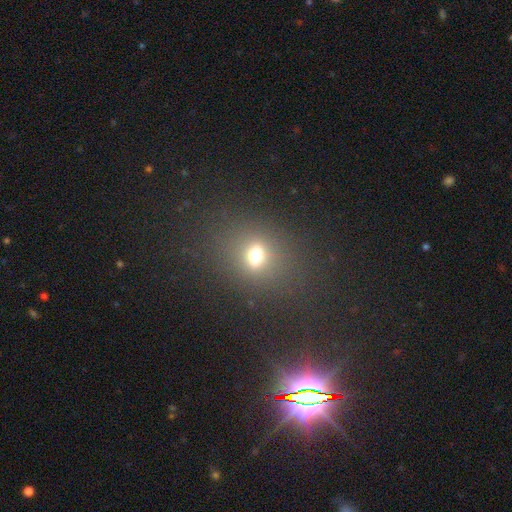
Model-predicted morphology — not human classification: type=smooth (64%); roundness=round (49%); merging=none (80%).